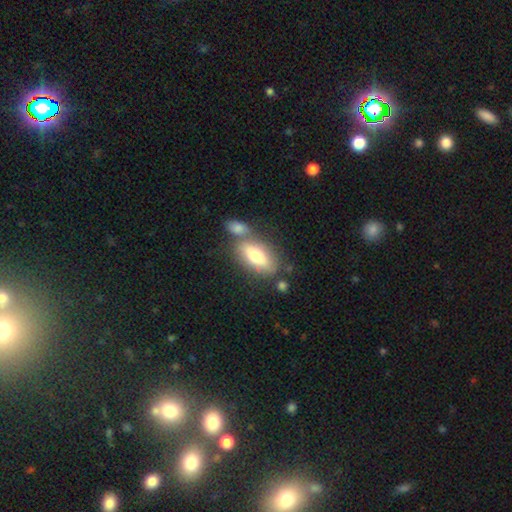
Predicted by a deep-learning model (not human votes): This appears to be a smooth galaxy with no disk features (68%) that is in between round and cigar-shaped (86%). Merging: none (52%).